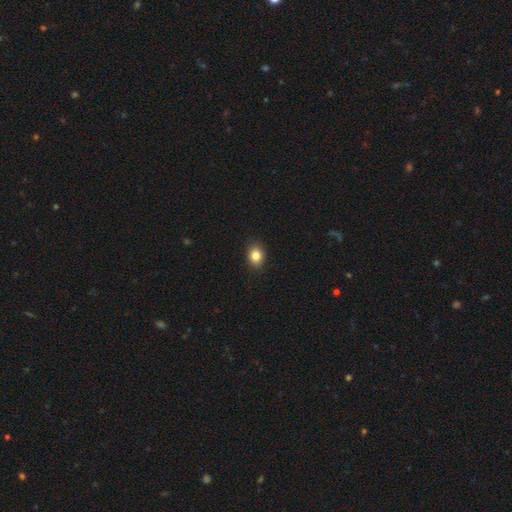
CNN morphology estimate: smooth_or_featured: smooth (p=0.84) [alt: star or artifact p=0.10]
how_rounded: in between (p=0.50) [alt: round p=0.49]
merging: none (p=0.90) [alt: minor disturbance p=0.08]